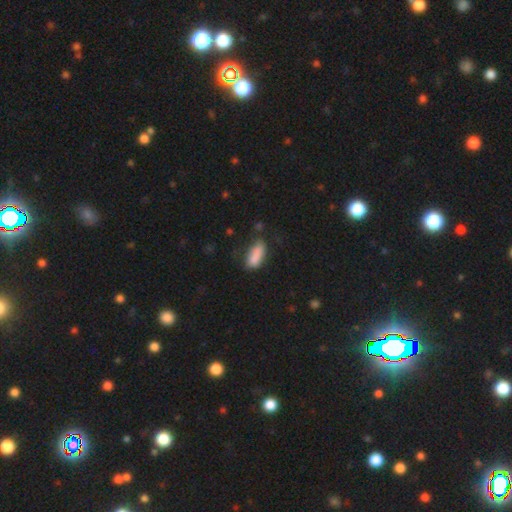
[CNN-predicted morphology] type=smooth (85%); roundness=in between (80%); merging=none (54%).